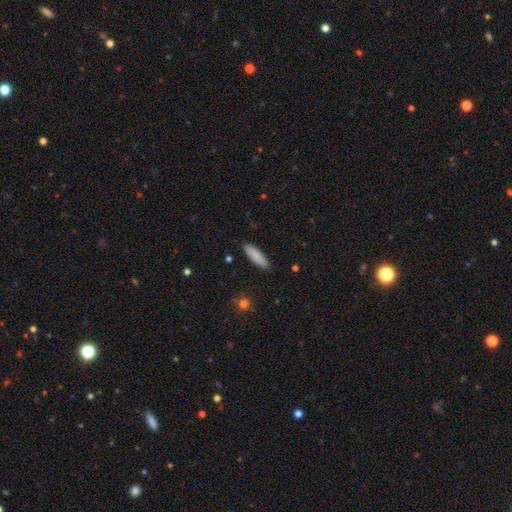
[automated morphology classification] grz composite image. It shows a smooth galaxy with no disk features (85%) that is cigar-shaped (50%). Merging: none (89%).